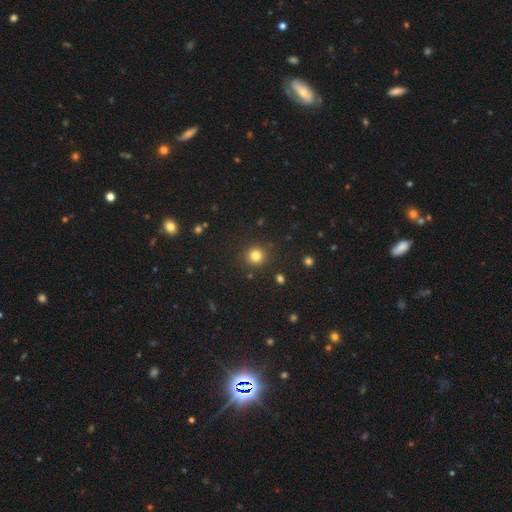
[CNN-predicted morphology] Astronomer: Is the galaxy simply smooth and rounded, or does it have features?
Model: smooth — 81%.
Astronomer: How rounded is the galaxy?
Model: round — 93%.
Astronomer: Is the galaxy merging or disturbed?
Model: none — 90%.